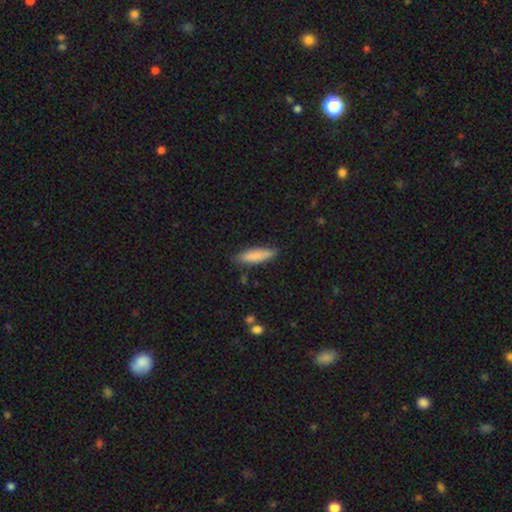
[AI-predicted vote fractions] A smooth galaxy with no disk features (84%) that is cigar-shaped (65%). Merging: none (82%).